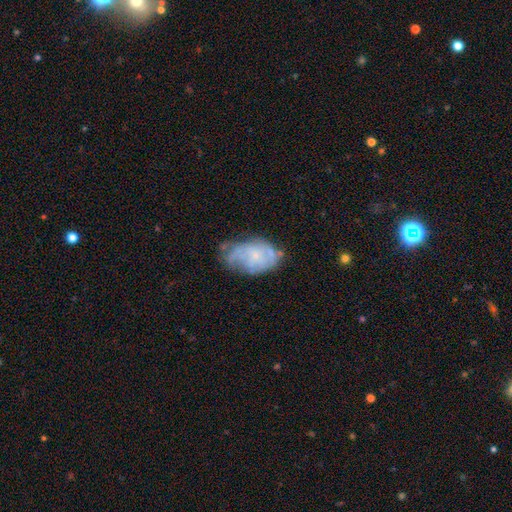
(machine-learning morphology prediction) Smooth or featured? featured or disk (58%)
Edge-on disk? no (96%)
Bar? no (80%)
Spiral arms? yes (58%)
Bulge size? small (67%)
Merging? none (41%)